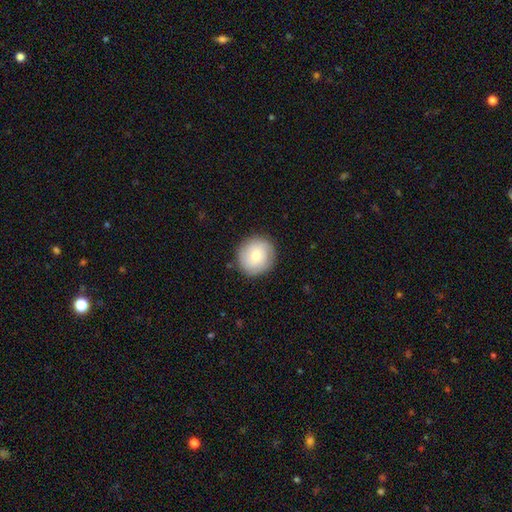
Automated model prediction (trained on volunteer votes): A smooth galaxy with no disk features (67%) that is round (92%).

Vote fractions:
- Smooth or featured? smooth: 67% / featured or disk: 25% / star or artifact: 8%
- How rounded? round: 92% / in between: 7% / cigar-shaped: 1%
- Merging? none: 87% / minor disturbance: 9% / major disturbance: 2% / merger: 1%